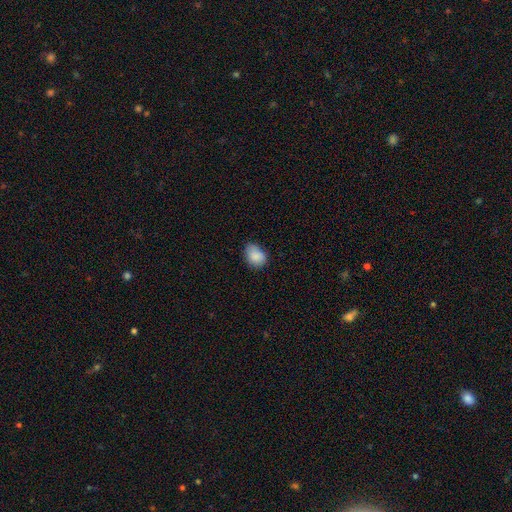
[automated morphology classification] The model was most divided on "merging": none: 62%, minor disturbance: 31%, major disturbance: 6%, merger: 2%. More confident: smooth or featured — smooth (86%); how rounded — in between (72%).